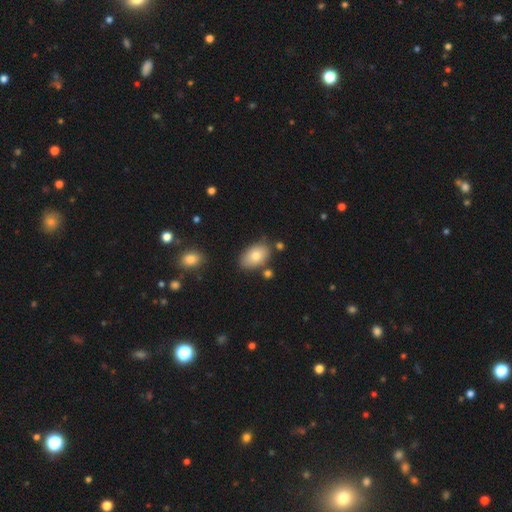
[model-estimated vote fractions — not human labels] Morphology: type=smooth (79%); roundness=in between (90%); merging=none (75%).